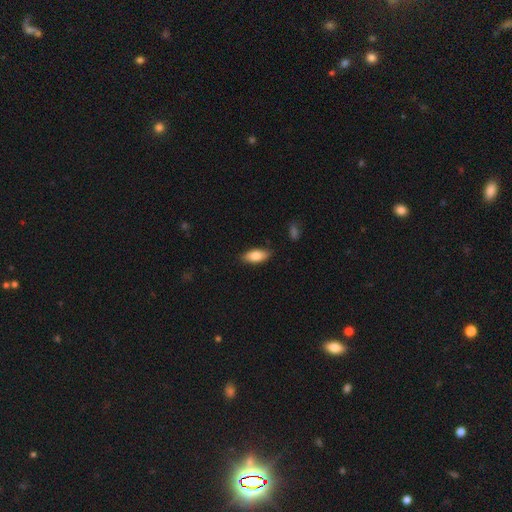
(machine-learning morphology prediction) Smooth or featured? smooth (82%)
How rounded? in between (88%)
Merging? none (86%)